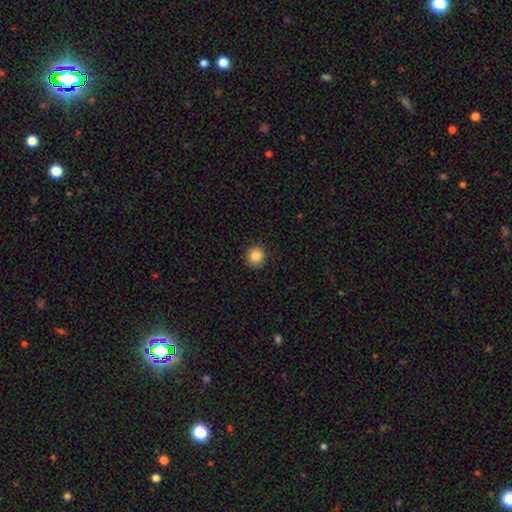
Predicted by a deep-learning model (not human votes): A smooth galaxy with no disk features (87%) that is round (90%). Merging: none (90%).